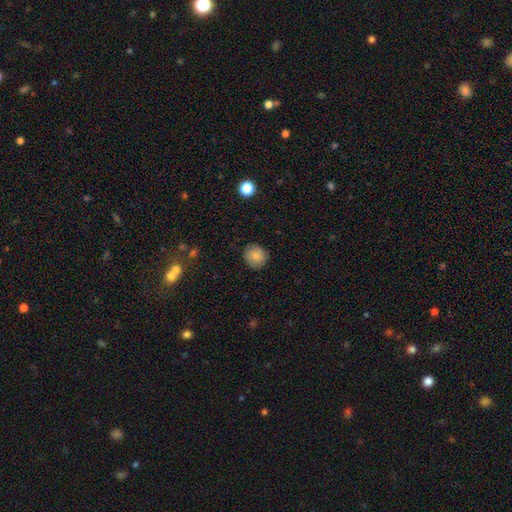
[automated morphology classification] Overall: smooth (78%). How rounded: round (83%). Merging: none (84%).